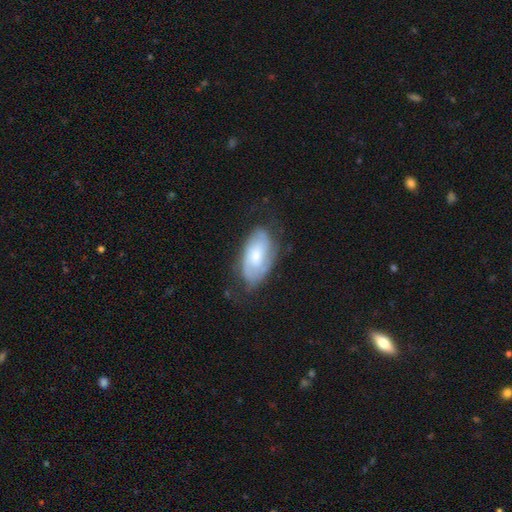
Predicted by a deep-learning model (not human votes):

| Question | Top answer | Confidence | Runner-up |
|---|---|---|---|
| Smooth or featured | featured or disk | 62% | smooth (32%) |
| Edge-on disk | no | 94% | yes (6%) |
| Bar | no | 60% | weak (34%) |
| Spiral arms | yes | 87% | no (13%) |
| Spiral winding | tight | 52% | medium (36%) |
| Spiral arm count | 2 | 43% | can't tell (37%) |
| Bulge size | moderate | 50% | small (40%) |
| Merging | none | 65% | minor disturbance (25%) |